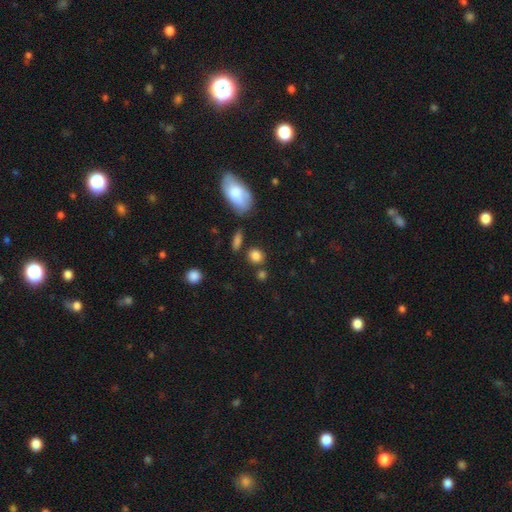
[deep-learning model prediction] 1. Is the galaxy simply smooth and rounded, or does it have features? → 84% smooth, 11% star or artifact, 6% featured or disk.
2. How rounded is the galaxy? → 68% round, 29% in between, 3% cigar-shaped.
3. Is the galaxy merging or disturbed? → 75% none, 12% minor disturbance, 9% merger, 4% major disturbance.